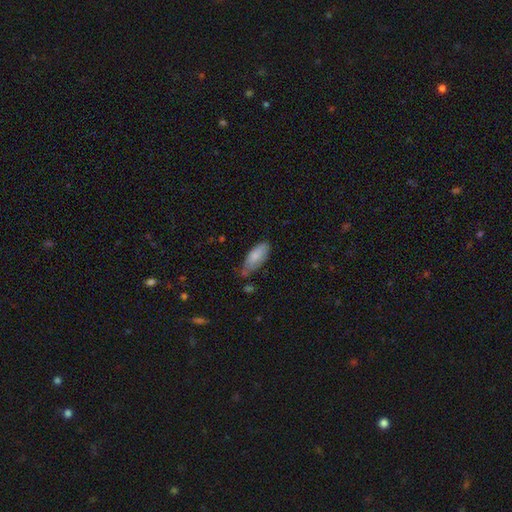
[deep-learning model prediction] smooth_or_featured: smooth (p=0.82) [alt: featured or disk p=0.12]
how_rounded: in between (p=0.82) [alt: cigar-shaped p=0.16]
merging: none (p=0.55) [alt: minor disturbance p=0.33]